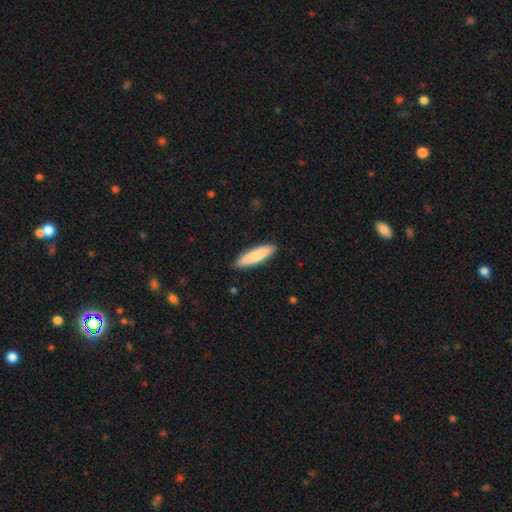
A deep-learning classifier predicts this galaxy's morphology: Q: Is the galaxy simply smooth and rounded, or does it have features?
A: smooth — 83%.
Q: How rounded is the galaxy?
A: cigar-shaped — 74%.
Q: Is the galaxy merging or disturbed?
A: none — 89%.